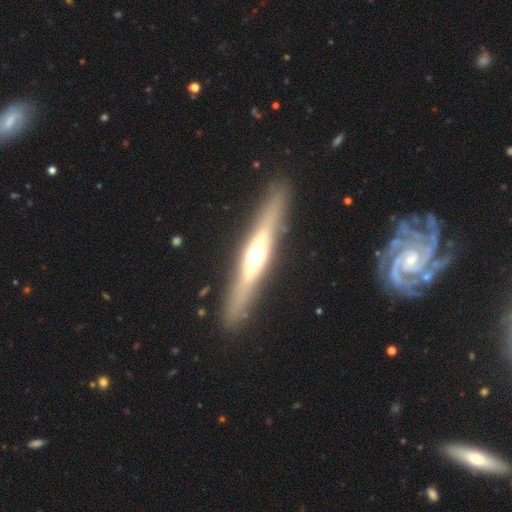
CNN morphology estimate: featured or disk 66%, smooth 27%, star or artifact 7%. Down the decision tree: edge-on disk — yes (92%); edge-on bulge — rounded (92%); merging — none (88%).